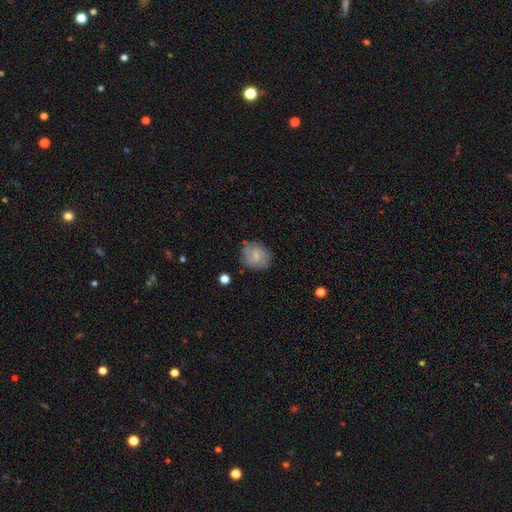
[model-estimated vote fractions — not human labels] The model was most divided on "how rounded": round: 70%, in between: 29%, cigar-shaped: 1%. More confident: merging — none (77%); smooth or featured — smooth (69%).